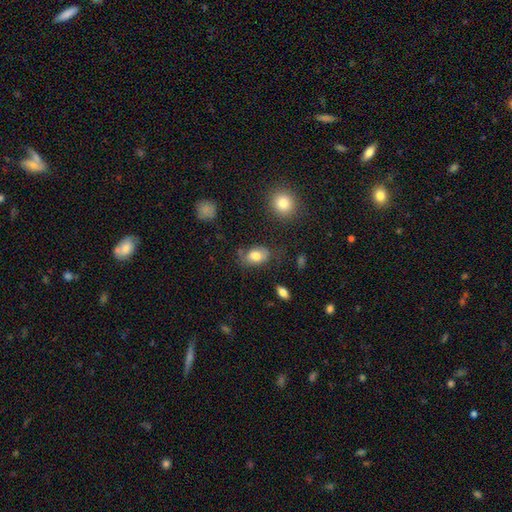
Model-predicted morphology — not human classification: Smooth or featured?
  - smooth: 77% *
  - featured or disk: 16%
  - star or artifact: 8%
How rounded?
  - in between: 84% *
  - round: 14%
  - cigar-shaped: 1%
Merging?
  - none: 59% *
  - minor disturbance: 26%
  - major disturbance: 11%
  - merger: 4%